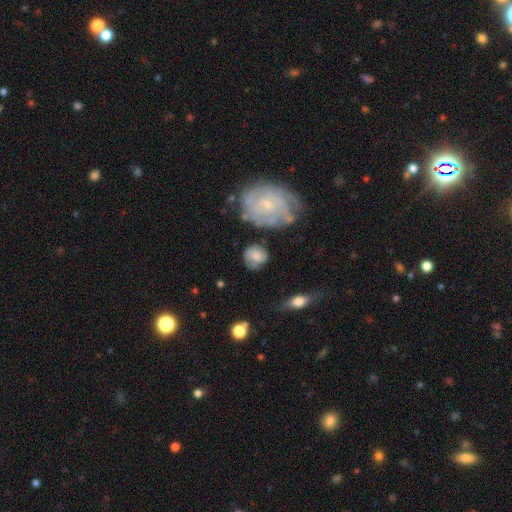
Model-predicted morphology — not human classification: smooth-or-featured: smooth: 56% | featured or disk: 36% | star or artifact: 8%
  how-rounded: round: 71% | in between: 28% | cigar-shaped: 2%
  merging: none: 65% | minor disturbance: 21% | major disturbance: 9% | merger: 6%